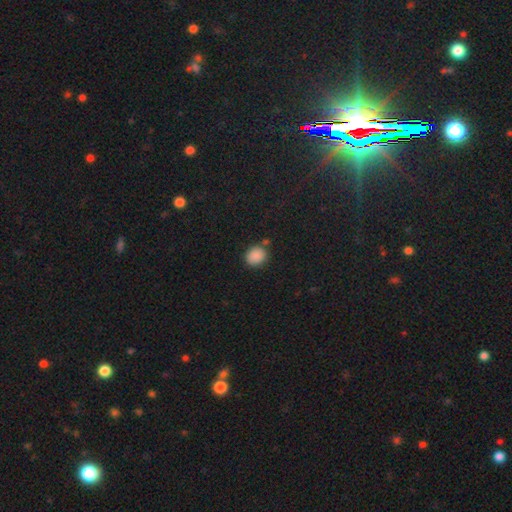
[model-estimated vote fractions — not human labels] Smooth or featured? Predicted: smooth (p=0.87). How rounded? Predicted: round (p=0.66). Merging? Predicted: none (p=0.78).